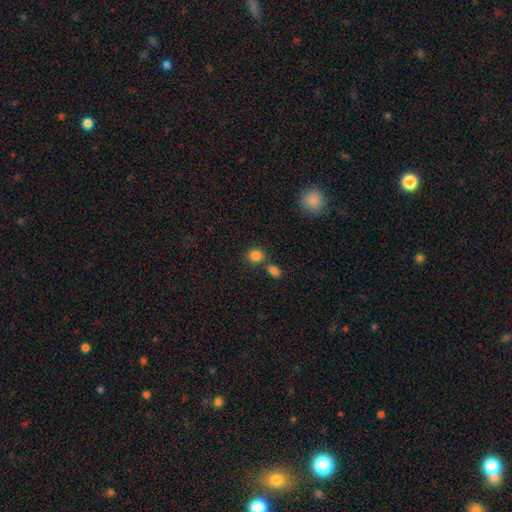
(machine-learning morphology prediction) Smooth or featured: smooth — 84% (star or artifact — 11%)
How rounded: round — 77% (in between — 22%)
Merging: none — 67% (merger — 20%)